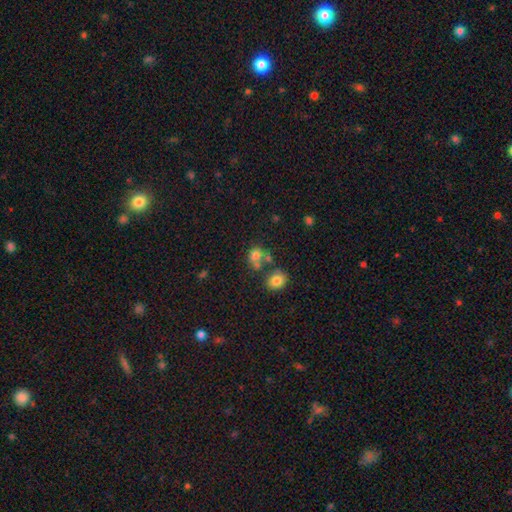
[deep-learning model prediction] Morphology: type=smooth (74%); roundness=round (61%); merging=none (43%).